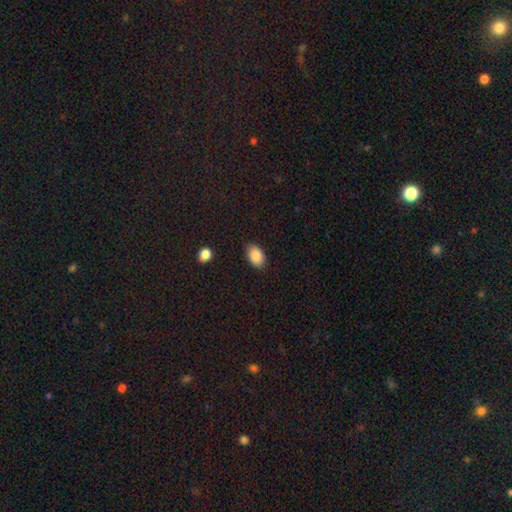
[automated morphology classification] This appears to be a smooth galaxy with no disk features (86%) that is in between round and cigar-shaped (88%). Merging: none (84%).